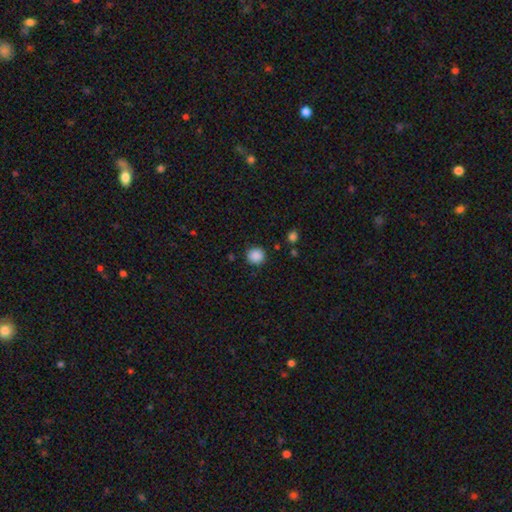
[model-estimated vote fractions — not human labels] smooth_or_featured: smooth (p=0.88) [alt: star or artifact p=0.10]
how_rounded: round (p=0.92) [alt: in between p=0.07]
merging: none (p=0.88) [alt: minor disturbance p=0.08]